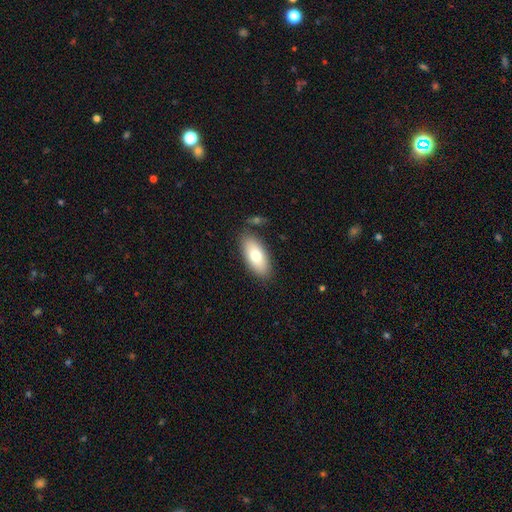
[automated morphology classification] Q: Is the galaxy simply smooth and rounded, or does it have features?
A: smooth — 74%.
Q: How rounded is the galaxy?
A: in between — 90%.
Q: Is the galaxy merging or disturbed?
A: none — 82%.